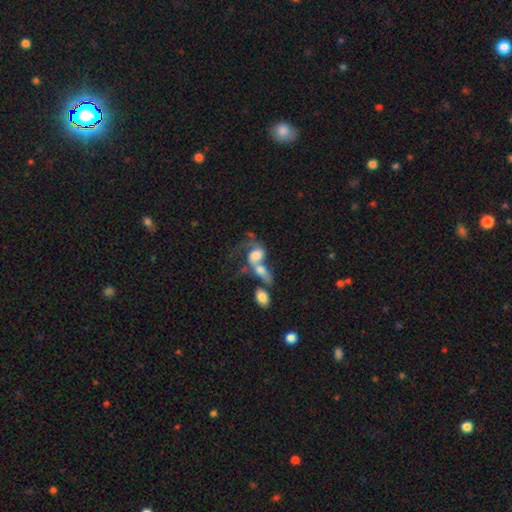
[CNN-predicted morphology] featured or disk 46%, smooth 44%, star or artifact 11%. Down the decision tree: merging — merger (67%).